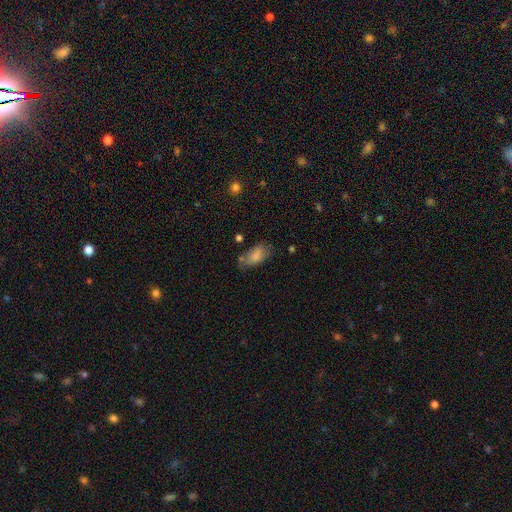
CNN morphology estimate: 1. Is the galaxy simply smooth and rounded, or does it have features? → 80% smooth, 12% featured or disk, 8% star or artifact.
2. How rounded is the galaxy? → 91% in between, 5% cigar-shaped, 4% round.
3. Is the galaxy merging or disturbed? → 58% none, 26% minor disturbance, 9% major disturbance, 7% merger.